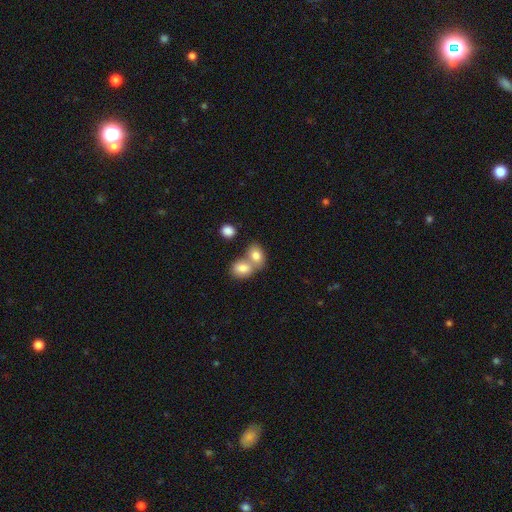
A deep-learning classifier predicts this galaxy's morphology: Smooth or featured: smooth — 80% (featured or disk — 12%)
How rounded: in between — 70% (round — 28%)
Merging: merger — 61% (none — 30%)